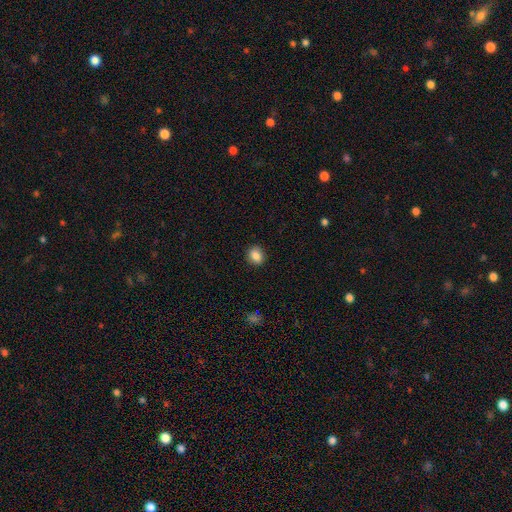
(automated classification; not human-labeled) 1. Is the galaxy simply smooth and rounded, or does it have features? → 86% smooth, 9% star or artifact, 5% featured or disk.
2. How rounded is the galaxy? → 65% round, 34% in between, 1% cigar-shaped.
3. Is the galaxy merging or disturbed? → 90% none, 7% minor disturbance, 2% major disturbance, 1% merger.